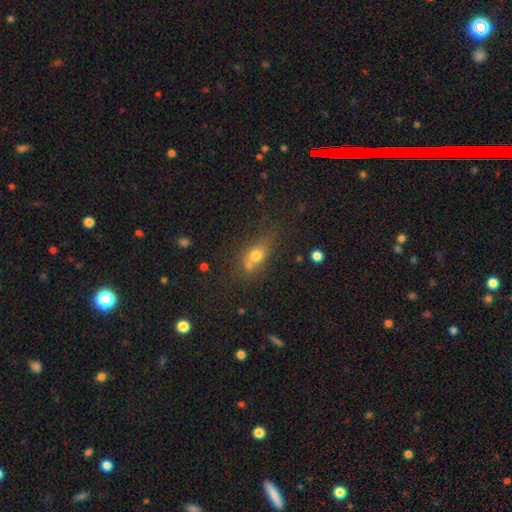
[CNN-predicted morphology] This appears to be a smooth galaxy with no disk features (67%) that is in between round and cigar-shaped (50%). Merging: none (47%).